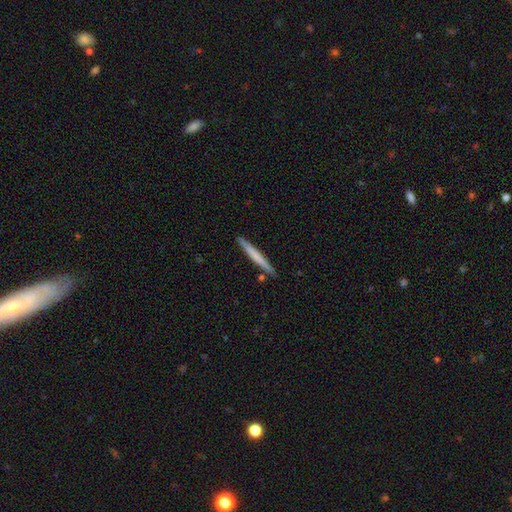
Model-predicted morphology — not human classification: Smooth or featured: smooth — 61% (featured or disk — 34%)
How rounded: cigar-shaped — 97% (in between — 2%)
Merging: none — 89% (minor disturbance — 7%)